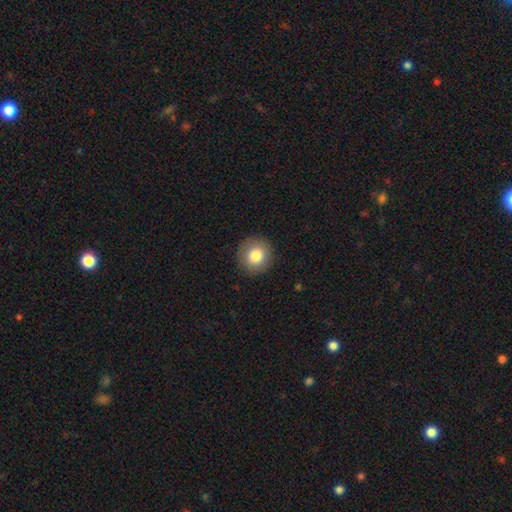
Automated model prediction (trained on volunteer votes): Smooth or featured?
  - smooth: 82% *
  - featured or disk: 9%
  - star or artifact: 9%
How rounded?
  - round: 93% *
  - in between: 6%
  - cigar-shaped: 1%
Merging?
  - none: 90% *
  - minor disturbance: 6%
  - major disturbance: 2%
  - merger: 1%